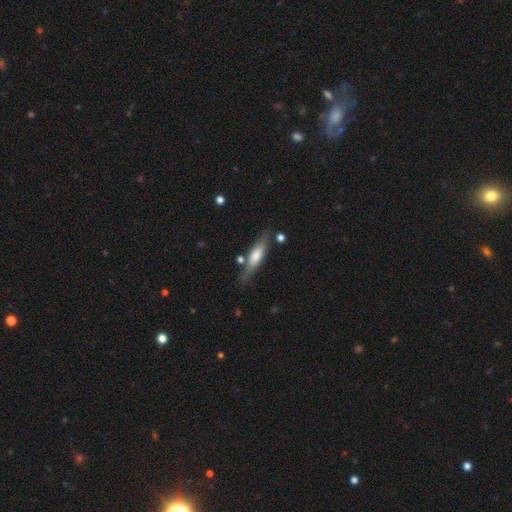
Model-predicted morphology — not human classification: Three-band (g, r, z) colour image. It shows a smooth galaxy with no disk features (50%) that is cigar-shaped (68%). Merging: none (75%).